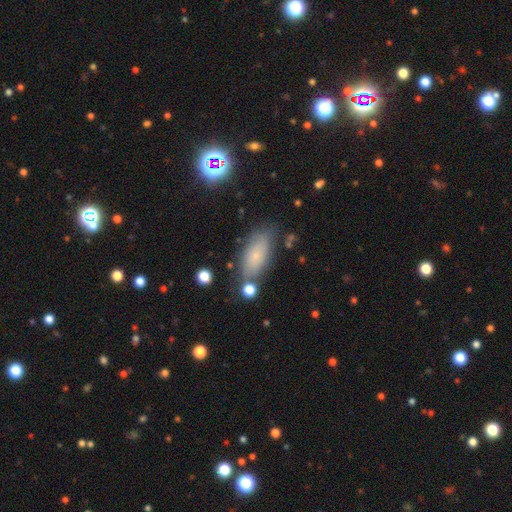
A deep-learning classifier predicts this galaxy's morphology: A smooth galaxy with no disk features (69%) that is in between round and cigar-shaped (84%). Merging: none (73%).